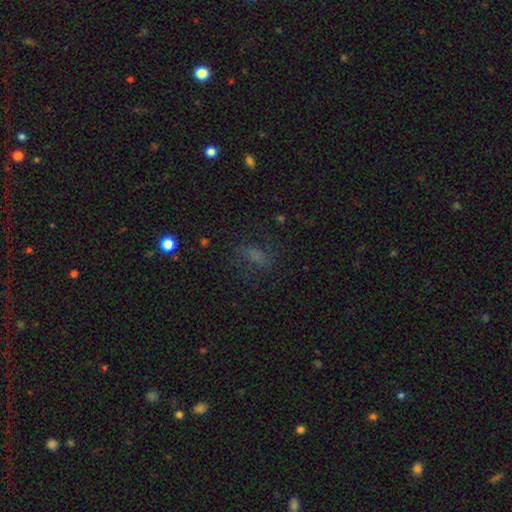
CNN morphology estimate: type=smooth (49%); merging=none (65%).